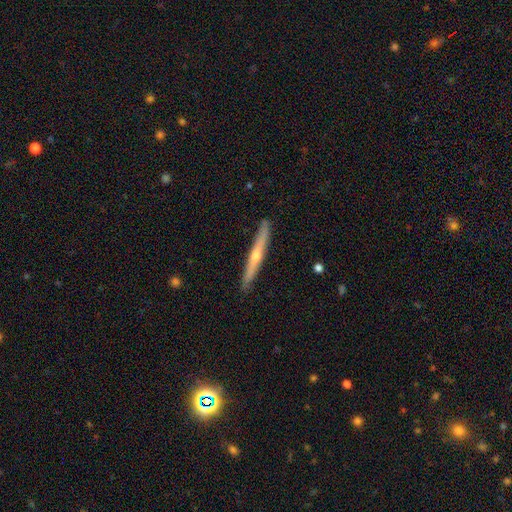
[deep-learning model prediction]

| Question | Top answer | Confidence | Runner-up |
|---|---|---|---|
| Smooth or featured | featured or disk | 70% | smooth (24%) |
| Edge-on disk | yes | 96% | no (4%) |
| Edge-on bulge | rounded | 80% | none (17%) |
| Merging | none | 90% | minor disturbance (8%) |